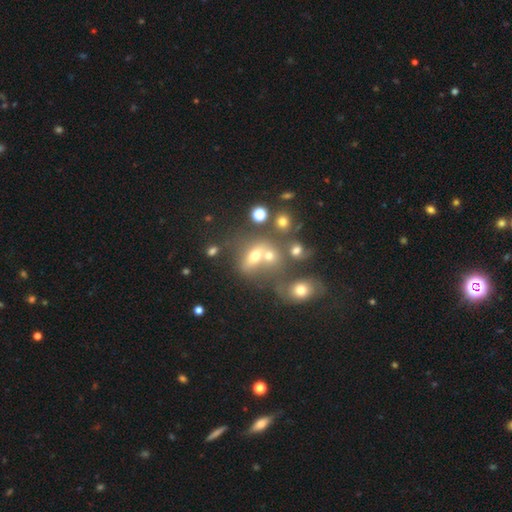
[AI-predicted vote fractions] smooth 54%, featured or disk 25%, star or artifact 22%. Down the decision tree: how rounded — in between (56%); merging — merger (43%).